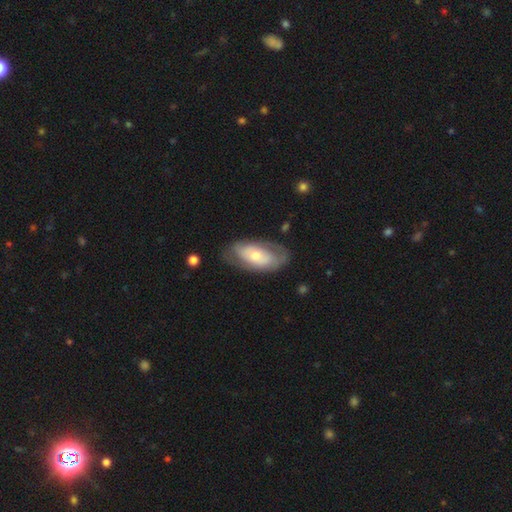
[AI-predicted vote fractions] The model was most divided on "smooth or featured": featured or disk: 55%, smooth: 40%, star or artifact: 5%. More confident: edge-on disk — no (90%); merging — none (67%).